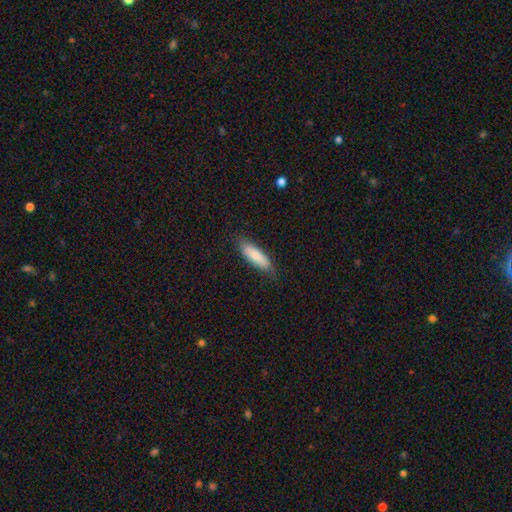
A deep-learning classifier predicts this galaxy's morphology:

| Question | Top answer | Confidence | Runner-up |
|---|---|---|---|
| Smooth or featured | smooth | 84% | featured or disk (11%) |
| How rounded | cigar-shaped | 50% | in between (48%) |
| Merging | none | 80% | minor disturbance (16%) |